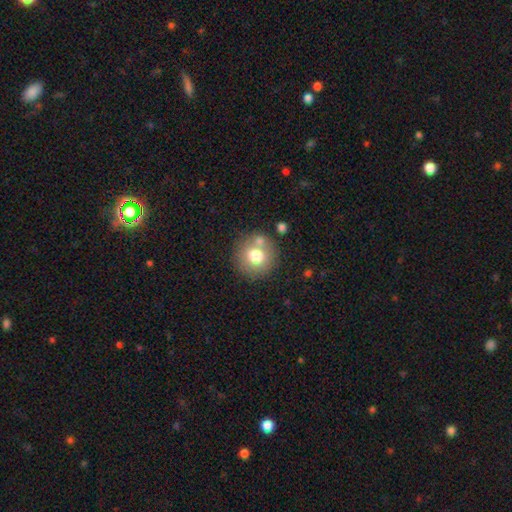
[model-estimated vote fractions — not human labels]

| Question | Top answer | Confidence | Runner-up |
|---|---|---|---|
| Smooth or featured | smooth | 73% | featured or disk (17%) |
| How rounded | round | 92% | in between (7%) |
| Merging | none | 72% | merger (14%) |